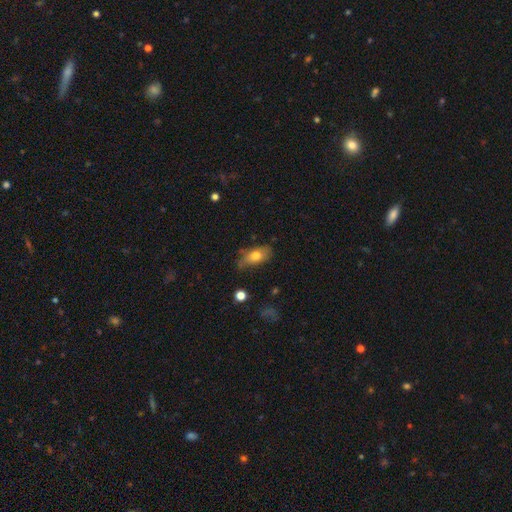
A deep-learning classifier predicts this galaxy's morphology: Smooth or featured: smooth — 73% (featured or disk — 20%)
How rounded: in between — 84% (cigar-shaped — 9%)
Merging: none — 63% (minor disturbance — 28%)